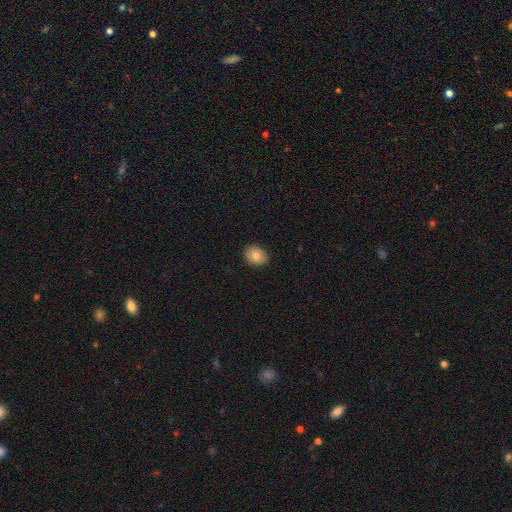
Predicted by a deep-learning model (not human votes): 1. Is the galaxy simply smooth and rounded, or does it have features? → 83% smooth, 9% featured or disk, 8% star or artifact.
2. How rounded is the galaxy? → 53% in between, 46% round, 1% cigar-shaped.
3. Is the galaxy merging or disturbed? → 89% none, 8% minor disturbance, 2% major disturbance, 1% merger.